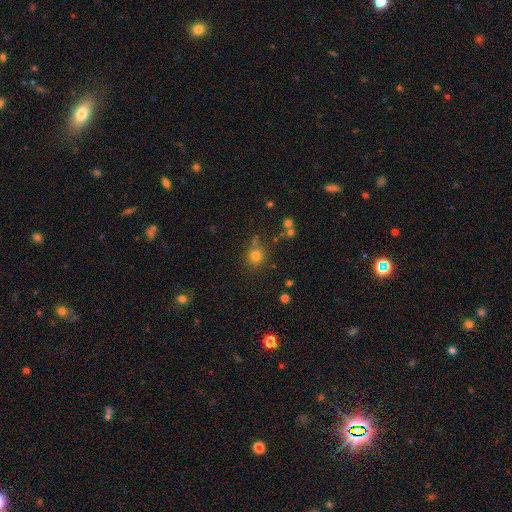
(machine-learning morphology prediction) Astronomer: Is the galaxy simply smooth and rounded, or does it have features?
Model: smooth — 75%.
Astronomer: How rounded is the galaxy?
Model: round — 88%.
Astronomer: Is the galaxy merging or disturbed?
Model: none — 74%.